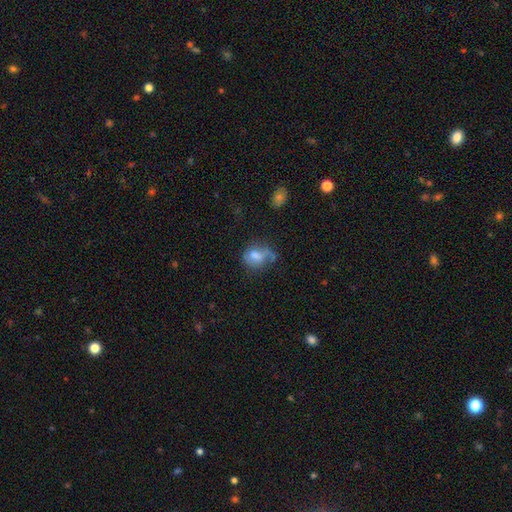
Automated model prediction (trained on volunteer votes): Overall: smooth (64%; featured or disk 24%). How rounded: in between (62%; round 36%). Merging: none (39%; minor disturbance 28%).